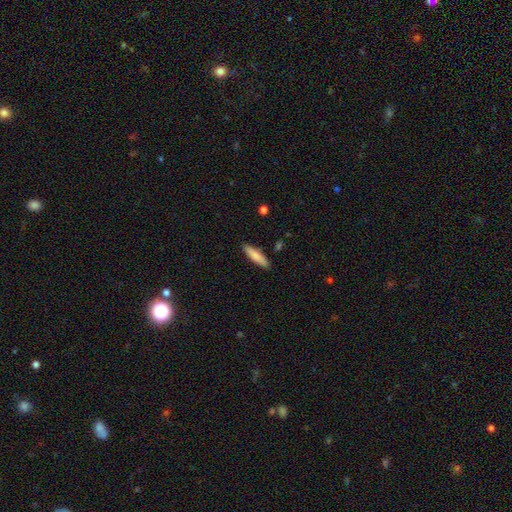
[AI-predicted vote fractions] This is clearly a smooth galaxy (80%). How rounded: likely cigar-shaped (74%). Merging: clearly none (88%).